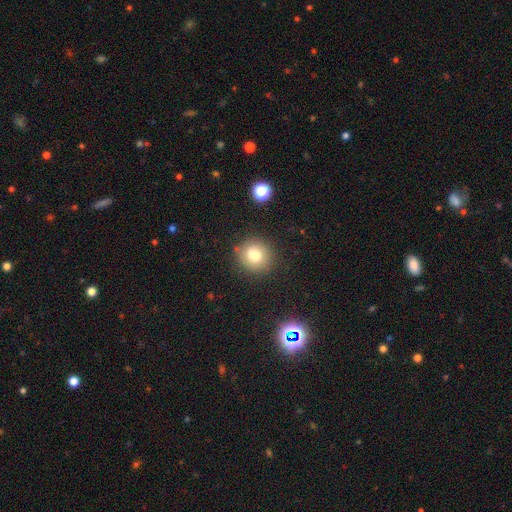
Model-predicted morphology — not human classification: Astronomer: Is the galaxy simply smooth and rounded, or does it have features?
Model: smooth — 72%.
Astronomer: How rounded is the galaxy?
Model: round — 82%.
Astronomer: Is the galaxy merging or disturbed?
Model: none — 67%.